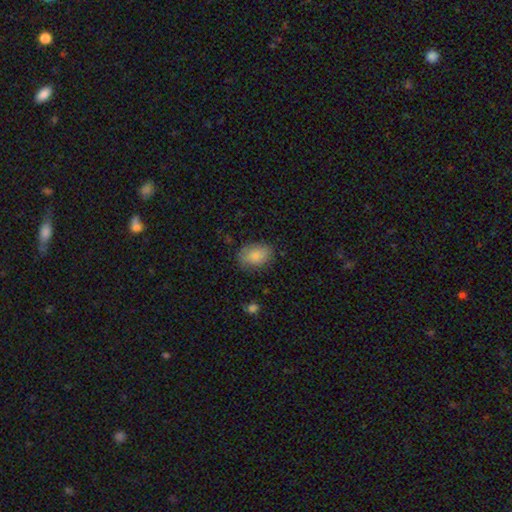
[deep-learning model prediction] smooth-or-featured: smooth: 85% | featured or disk: 8% | star or artifact: 7%
  how-rounded: in between: 78% | round: 21% | cigar-shaped: 1%
  merging: none: 76% | minor disturbance: 18% | major disturbance: 5% | merger: 1%